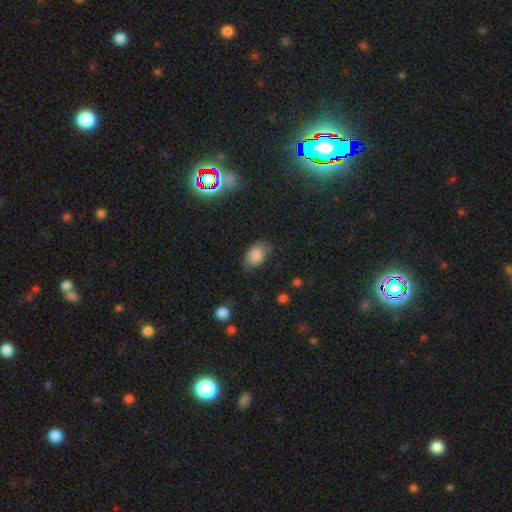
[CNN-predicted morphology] Q: Smooth or featured?
A: smooth (80%); runner-up: star or artifact (11%)
Q: How rounded?
A: in between (86%); runner-up: round (13%)
Q: Merging?
A: none (60%); runner-up: minor disturbance (29%)